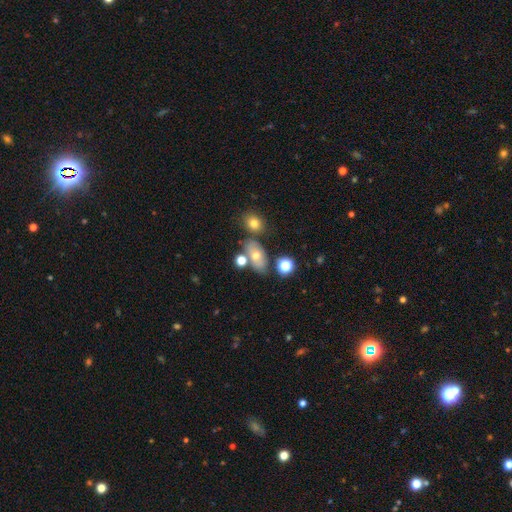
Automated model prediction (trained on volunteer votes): Q: Smooth or featured?
A: smooth (63%); runner-up: featured or disk (25%)
Q: How rounded?
A: in between (83%); runner-up: round (12%)
Q: Merging?
A: none (64%); runner-up: merger (17%)